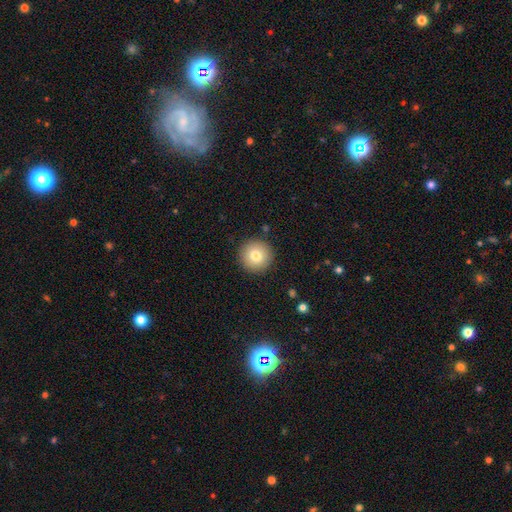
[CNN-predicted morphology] This is likely a smooth galaxy (78%). How rounded: clearly round (96%). Merging: clearly none (91%).